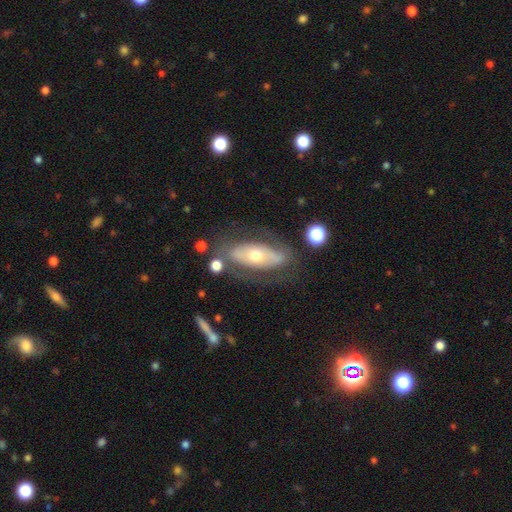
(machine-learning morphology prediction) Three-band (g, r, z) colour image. It shows a featured or disk galaxy (61%). Merging: none (70%).